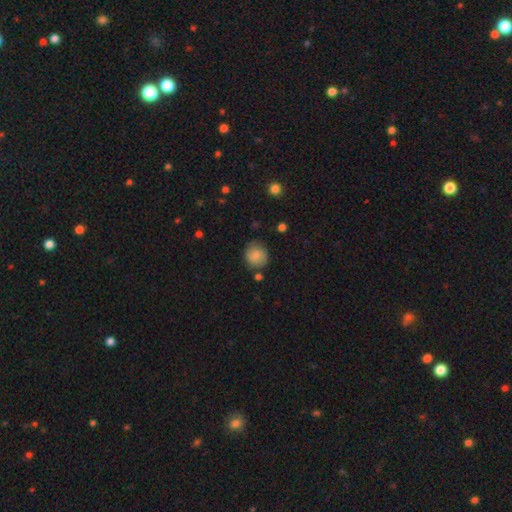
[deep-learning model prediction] smooth 79%, featured or disk 12%, star or artifact 8%. Down the decision tree: how rounded — round (86%); merging — none (75%).